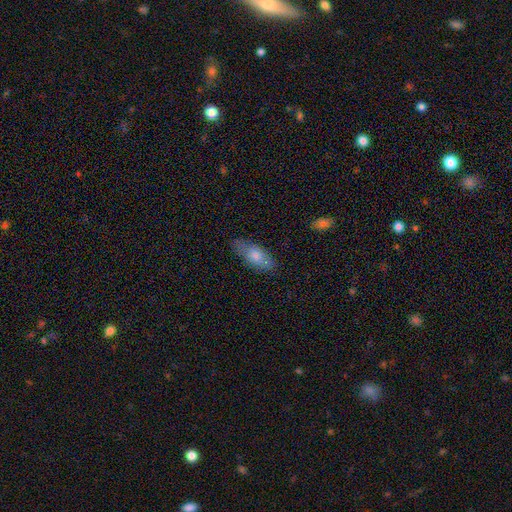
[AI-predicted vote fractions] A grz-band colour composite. It shows a smooth galaxy with no disk features (69%) that is in between round and cigar-shaped (74%). Merging: none (75%).